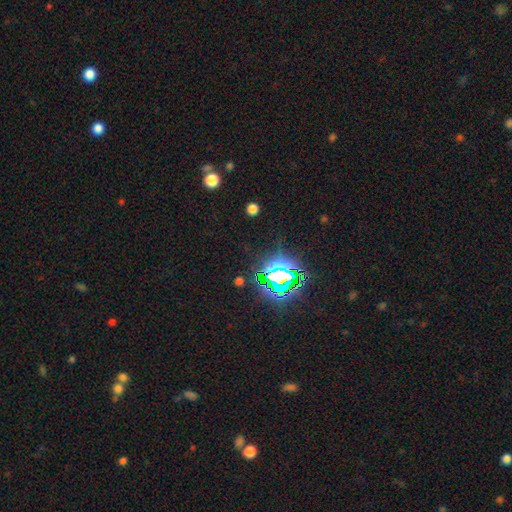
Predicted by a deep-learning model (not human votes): star or artifact 81%, smooth 12%, featured or disk 7%.